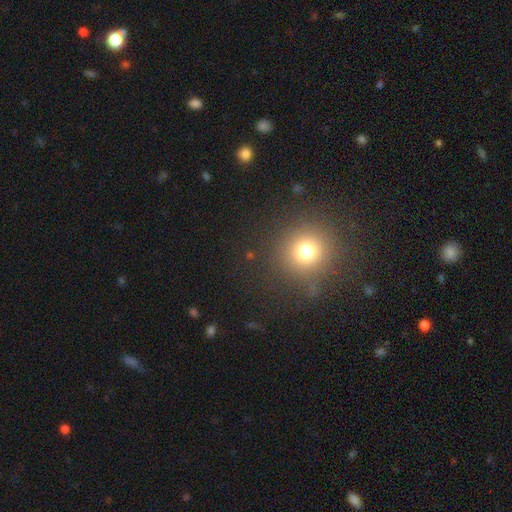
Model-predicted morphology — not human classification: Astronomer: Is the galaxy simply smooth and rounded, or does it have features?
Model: smooth — 64%.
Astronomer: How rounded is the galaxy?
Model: round — 93%.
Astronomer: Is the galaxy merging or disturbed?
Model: none — 91%.